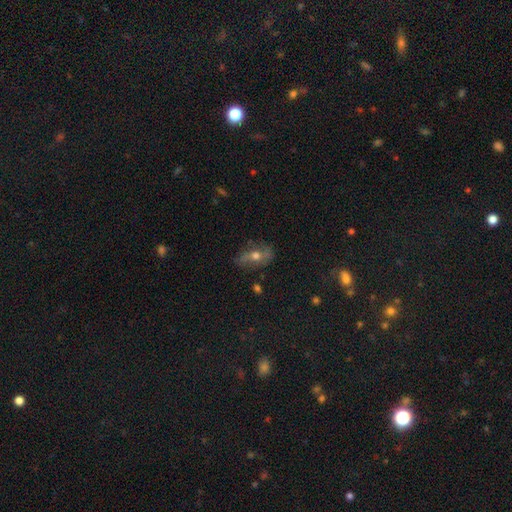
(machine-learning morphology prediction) Smooth or featured?
  - featured or disk: 54% *
  - smooth: 34%
  - star or artifact: 12%
Edge-on disk?
  - no: 82% *
  - yes: 18%
Merging?
  - none: 72% *
  - minor disturbance: 19%
  - major disturbance: 7%
  - merger: 2%